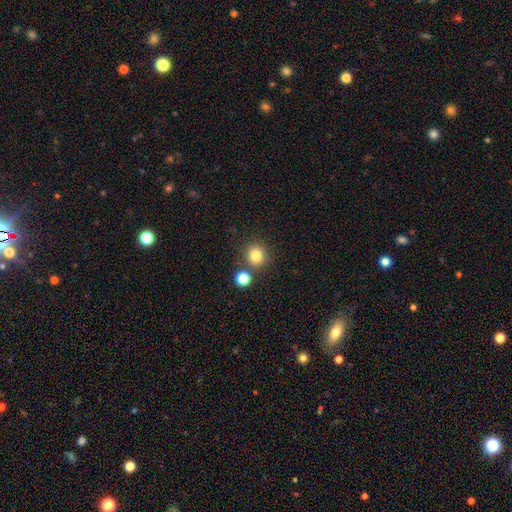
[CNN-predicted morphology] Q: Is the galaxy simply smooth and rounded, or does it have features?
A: smooth — 81%.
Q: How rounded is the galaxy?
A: round — 92%.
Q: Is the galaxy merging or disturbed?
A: none — 77%.